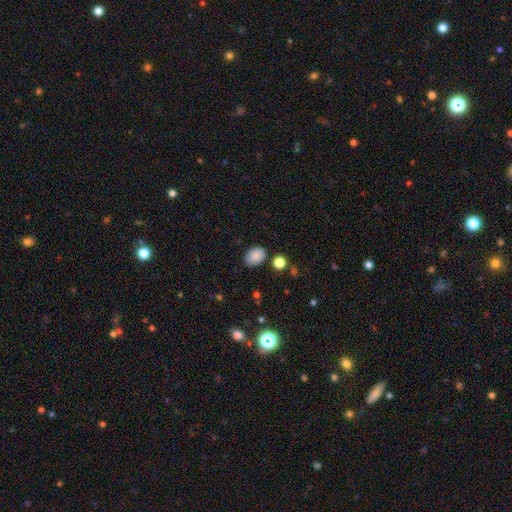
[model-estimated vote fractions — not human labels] The model was most divided on "how rounded": in between: 78%, round: 21%, cigar-shaped: 1%. More confident: smooth or featured — smooth (86%); merging — none (77%).